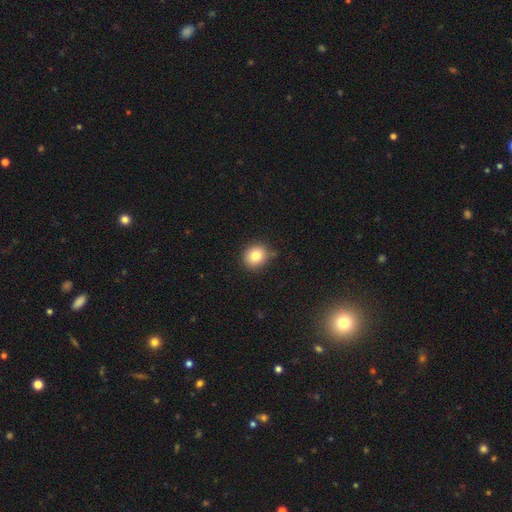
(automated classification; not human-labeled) Smooth or featured?
  - smooth: 81% *
  - star or artifact: 11%
  - featured or disk: 8%
How rounded?
  - round: 81% *
  - in between: 18%
  - cigar-shaped: 1%
Merging?
  - none: 83% *
  - minor disturbance: 13%
  - major disturbance: 3%
  - merger: 2%